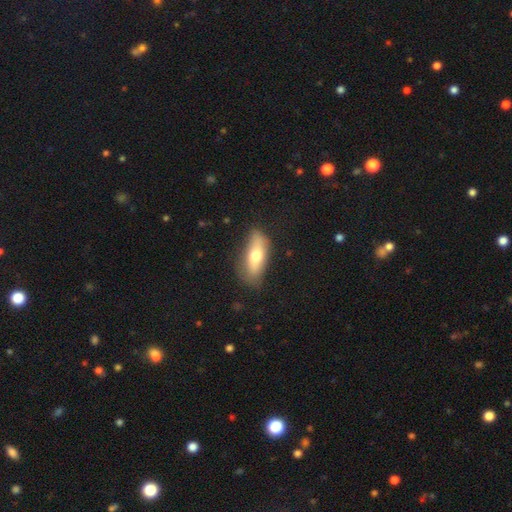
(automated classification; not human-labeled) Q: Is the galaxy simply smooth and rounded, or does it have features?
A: smooth — 64%.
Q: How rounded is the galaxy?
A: in between — 70%.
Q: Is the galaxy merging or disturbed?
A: none — 74%.